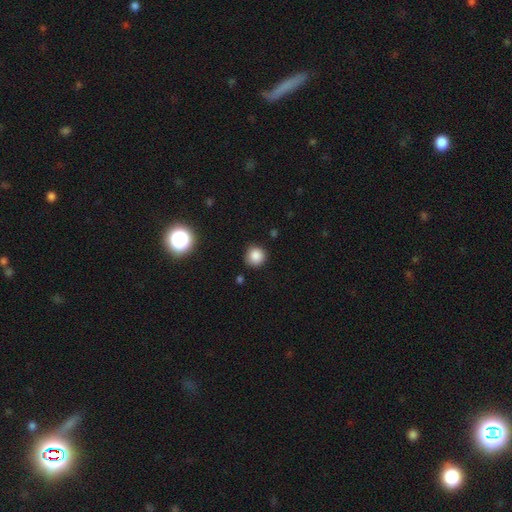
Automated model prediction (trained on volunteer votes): smooth-or-featured: smooth: 84% | star or artifact: 12% | featured or disk: 4%
  how-rounded: round: 92% | in between: 7% | cigar-shaped: 1%
  merging: none: 83% | minor disturbance: 12% | major disturbance: 3% | merger: 2%